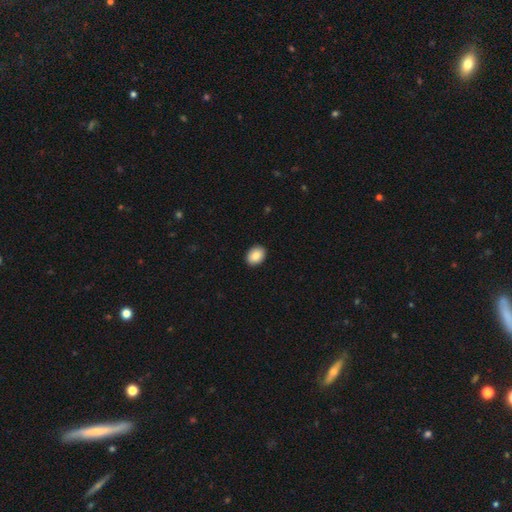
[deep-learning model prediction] Smooth or featured?
  - smooth: 87% *
  - star or artifact: 8%
  - featured or disk: 6%
How rounded?
  - in between: 69% *
  - round: 30%
  - cigar-shaped: 1%
Merging?
  - none: 91% *
  - minor disturbance: 6%
  - major disturbance: 2%
  - merger: 1%